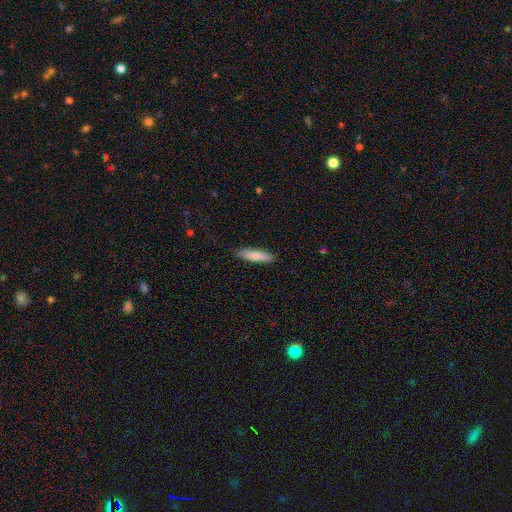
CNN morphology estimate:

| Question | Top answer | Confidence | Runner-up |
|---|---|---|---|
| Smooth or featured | smooth | 79% | featured or disk (16%) |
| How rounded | cigar-shaped | 71% | in between (27%) |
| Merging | none | 87% | minor disturbance (10%) |